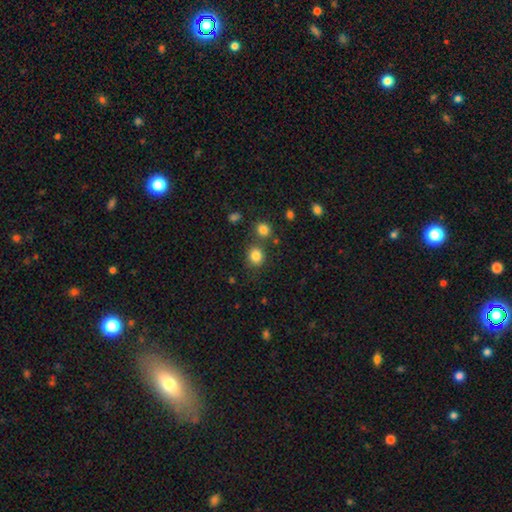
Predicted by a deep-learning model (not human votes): smooth 83%, star or artifact 12%, featured or disk 5%. Down the decision tree: how rounded — round (76%); merging — none (73%).